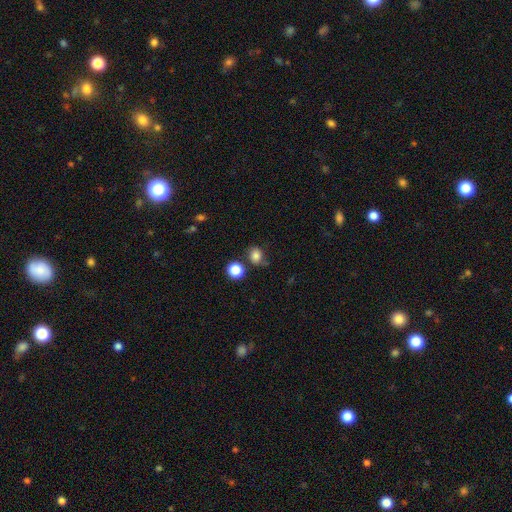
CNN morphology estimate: smooth 80%, star or artifact 13%, featured or disk 7%. Down the decision tree: how rounded — round (60%); merging — none (65%).